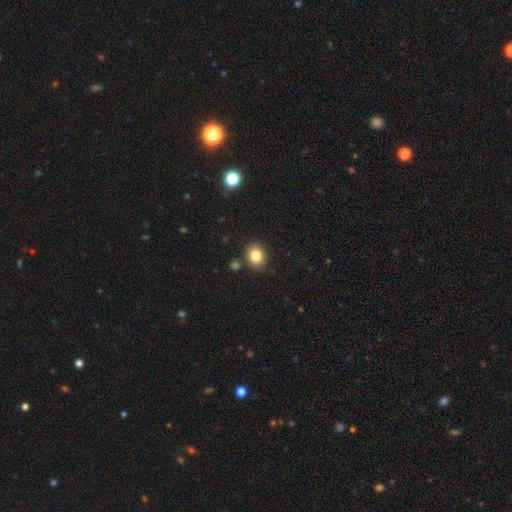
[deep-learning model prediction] smooth 82%, star or artifact 10%, featured or disk 8%. Down the decision tree: how rounded — round (64%); merging — none (85%).